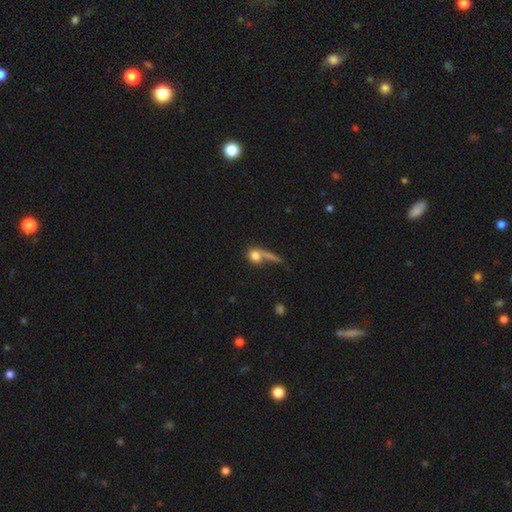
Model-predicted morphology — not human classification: Smooth or featured? smooth (71%)
How rounded? round (59%)
Merging? none (36%)